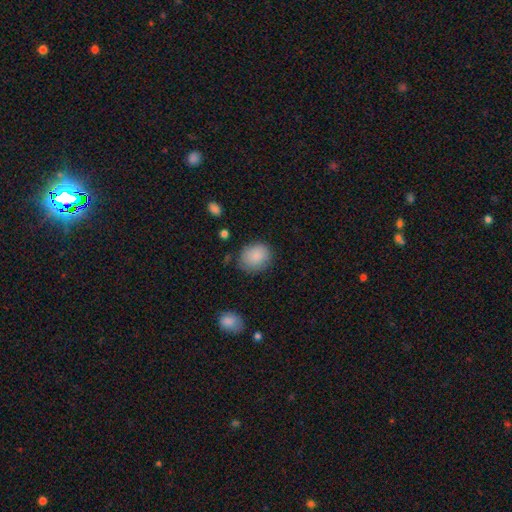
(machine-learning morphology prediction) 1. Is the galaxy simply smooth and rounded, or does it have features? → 87% smooth, 8% star or artifact, 6% featured or disk.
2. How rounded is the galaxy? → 61% round, 38% in between, 1% cigar-shaped.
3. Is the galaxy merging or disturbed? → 77% none, 16% minor disturbance, 4% major disturbance, 2% merger.